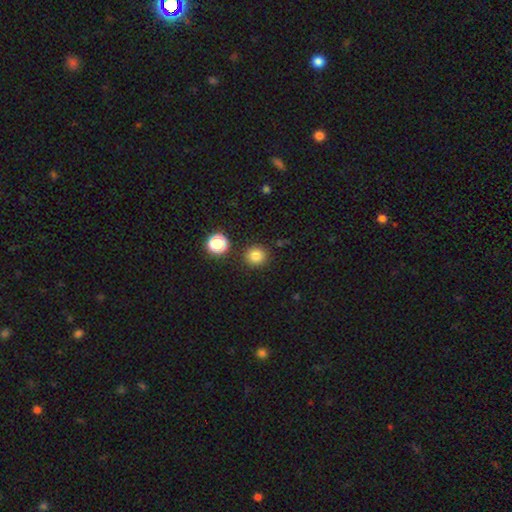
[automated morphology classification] This is clearly a smooth galaxy (82%). How rounded: clearly round (92%). Merging: clearly none (88%).